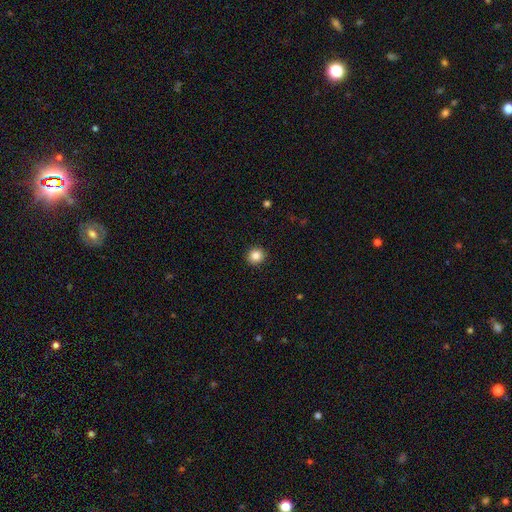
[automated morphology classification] Smooth or featured?
  - smooth: 85% *
  - star or artifact: 10%
  - featured or disk: 4%
How rounded?
  - round: 90% *
  - in between: 9%
  - cigar-shaped: 1%
Merging?
  - none: 92% *
  - minor disturbance: 5%
  - major disturbance: 2%
  - merger: 1%